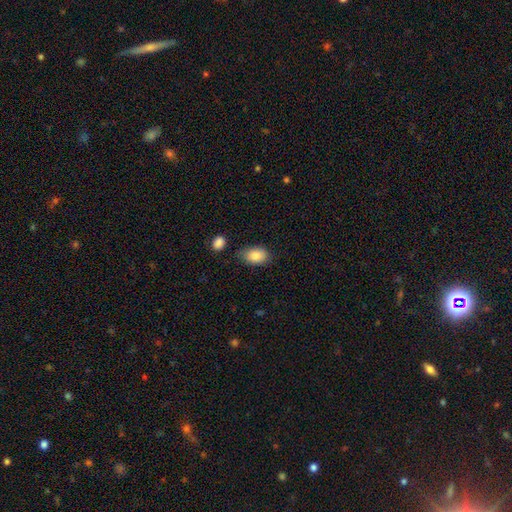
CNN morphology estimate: smooth_or_featured: smooth (p=0.87) [alt: star or artifact p=0.07]
how_rounded: in between (p=0.85) [alt: round p=0.14]
merging: none (p=0.73) [alt: minor disturbance p=0.19]